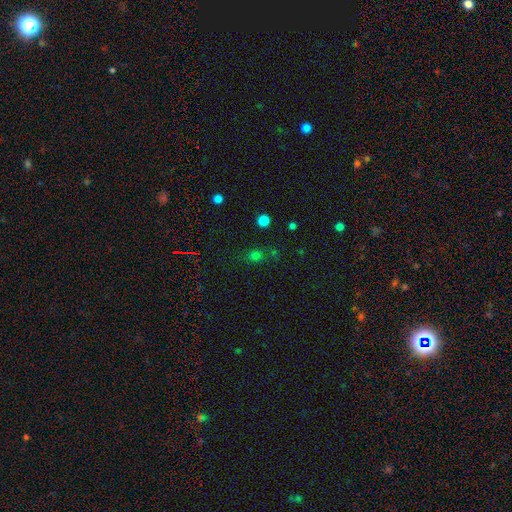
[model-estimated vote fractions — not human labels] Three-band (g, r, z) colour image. It shows a smooth galaxy with no disk features (65%) that is round (75%). Merging: none (73%).